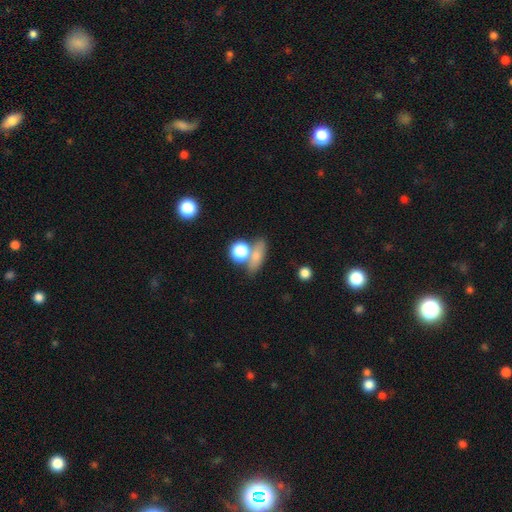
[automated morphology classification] This appears to be a smooth galaxy with no disk features (70%) that is in between round and cigar-shaped (48%). Merging: none (55%).